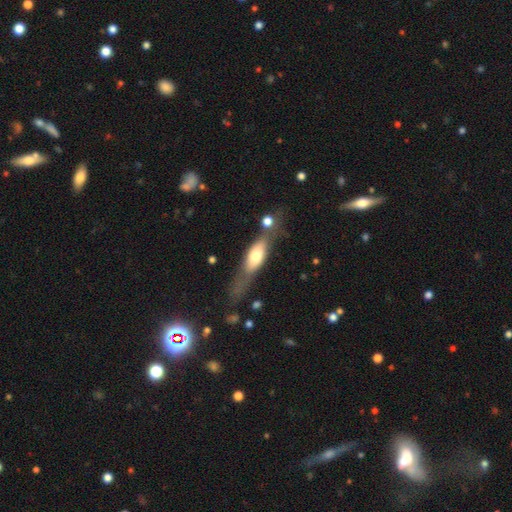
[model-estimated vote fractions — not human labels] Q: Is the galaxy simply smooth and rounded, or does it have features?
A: smooth — 53%.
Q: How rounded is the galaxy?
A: in between — 52%.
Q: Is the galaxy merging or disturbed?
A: none — 49%.